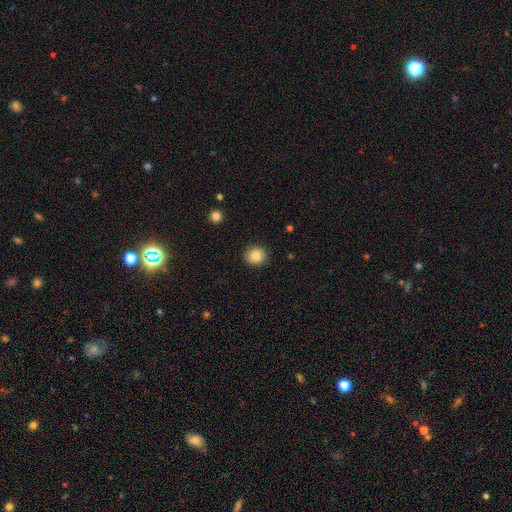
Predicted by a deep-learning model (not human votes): Smooth or featured? smooth (85%)
How rounded? round (88%)
Merging? none (91%)